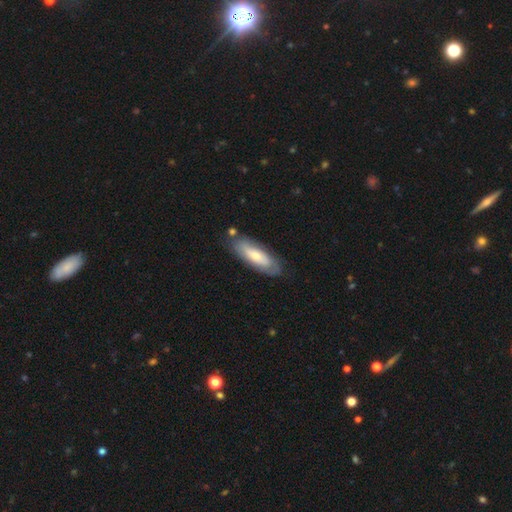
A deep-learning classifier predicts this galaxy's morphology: A smooth galaxy with no disk features (53%) that is in between round and cigar-shaped (62%).

Vote fractions:
- Smooth or featured? smooth: 53% / featured or disk: 41% / star or artifact: 6%
- How rounded? in between: 62% / cigar-shaped: 36% / round: 2%
- Merging? none: 76% / minor disturbance: 16% / major disturbance: 4% / merger: 4%